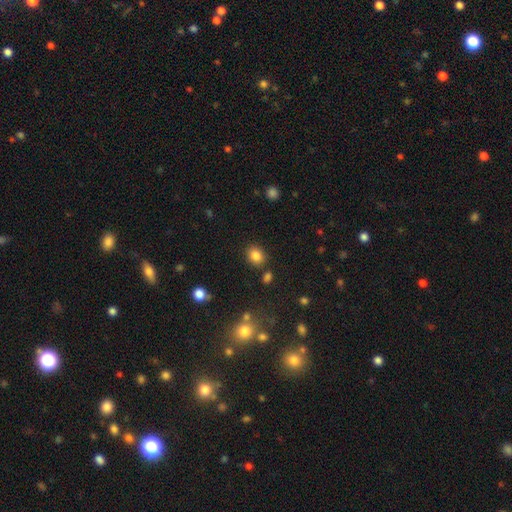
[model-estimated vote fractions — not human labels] smooth_or_featured: smooth (p=0.84) [alt: star or artifact p=0.11]
how_rounded: round (p=0.57) [alt: in between p=0.42]
merging: none (p=0.83) [alt: minor disturbance p=0.10]